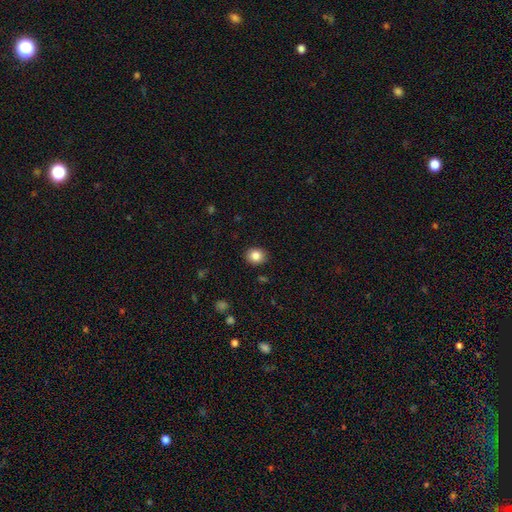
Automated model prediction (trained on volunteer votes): Overall: smooth (85%). How rounded: round (65%; in between 34%). Merging: none (90%).